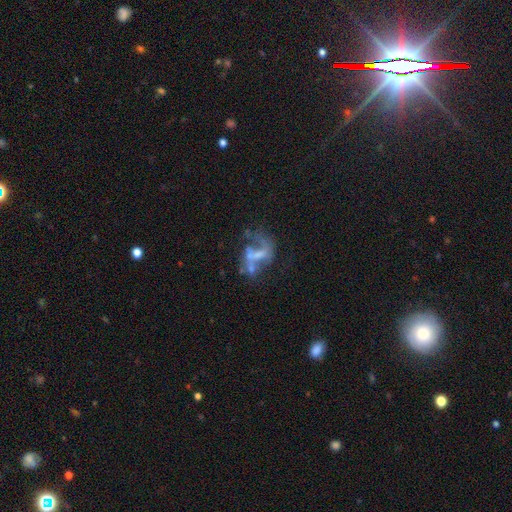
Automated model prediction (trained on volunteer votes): The model was most divided on "merging" (2-way tie): major disturbance: 31%, none: 31%, merger: 24%, minor disturbance: 15%. Remaining: edge-on disk — no (98%); smooth or featured — featured or disk (70%); spiral arms — no (53%); bar — no (52%); bulge size — none (43%).